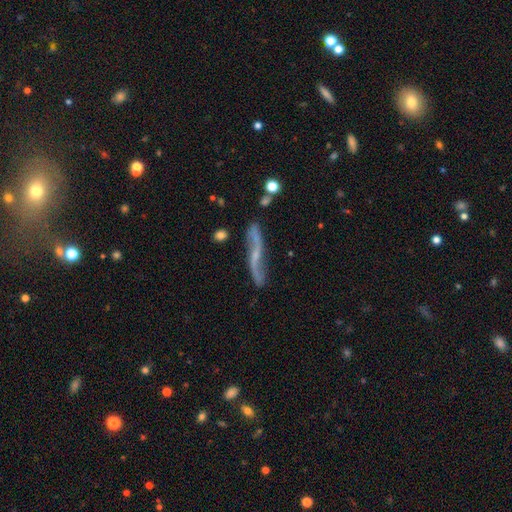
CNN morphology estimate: Overall: featured or disk (82%). Edge-on disk: no (68%; yes 32%). Bar: no (44%; weak 36%). Spiral arms: yes (93%). Spiral arm count: 2 (93%). Spiral winding: loose (84%). Bulge size: small (64%). Merging: none (73%).